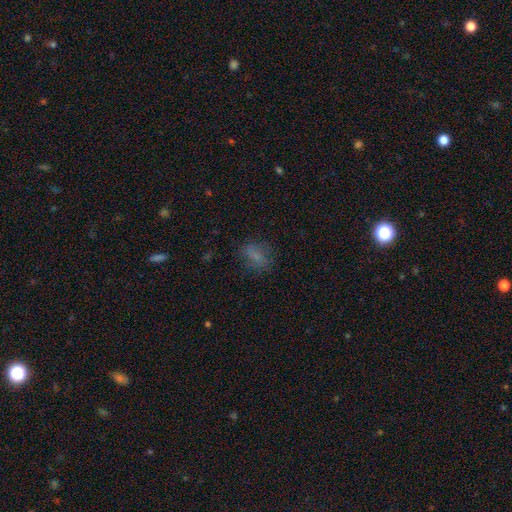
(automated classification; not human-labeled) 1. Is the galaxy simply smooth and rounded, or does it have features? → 72% smooth, 15% star or artifact, 13% featured or disk.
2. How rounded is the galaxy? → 68% in between, 25% round, 7% cigar-shaped.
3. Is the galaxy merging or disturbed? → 74% none, 17% minor disturbance, 8% major disturbance, 1% merger.